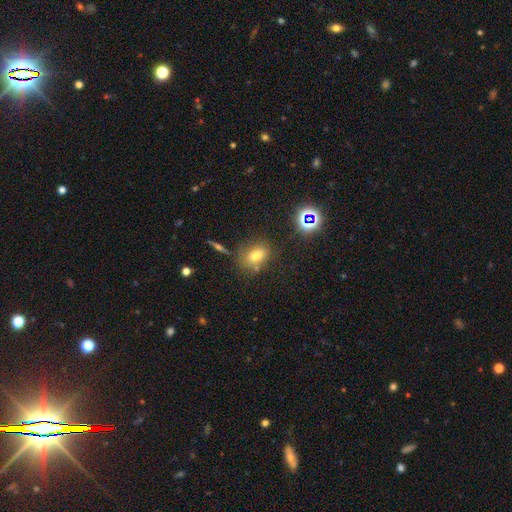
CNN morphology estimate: Q: Smooth or featured?
A: smooth (70%); runner-up: star or artifact (18%)
Q: How rounded?
A: in between (70%); runner-up: round (27%)
Q: Merging?
A: none (70%); runner-up: minor disturbance (16%)